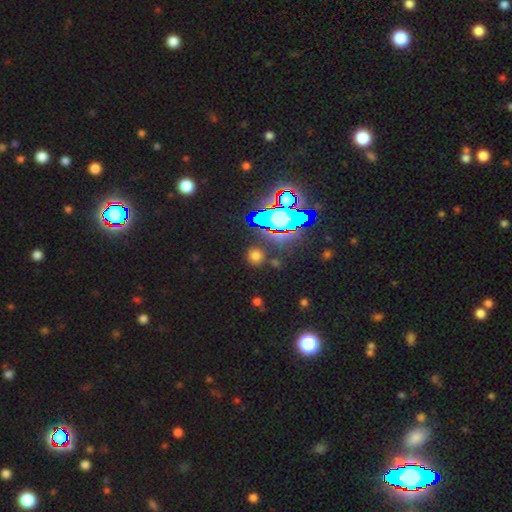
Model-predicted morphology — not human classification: A smooth galaxy with no disk features (59%) that is round (89%).

Vote fractions:
- Smooth or featured? smooth: 59% / star or artifact: 33% / featured or disk: 8%
- How rounded? round: 89% / in between: 10% / cigar-shaped: 2%
- Merging? none: 86% / minor disturbance: 7% / merger: 3% / major disturbance: 3%